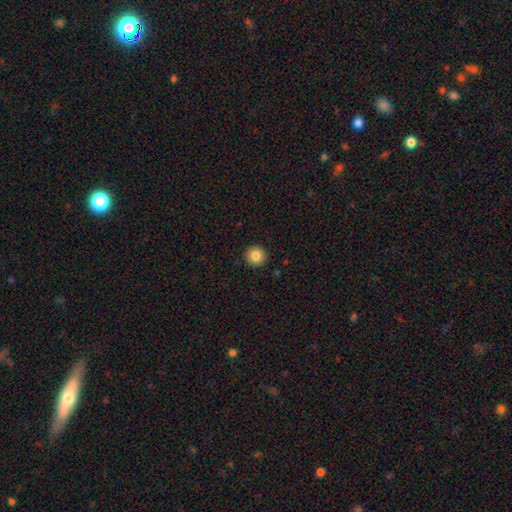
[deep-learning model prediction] Morphology: type=smooth (85%); roundness=round (94%); merging=none (92%).